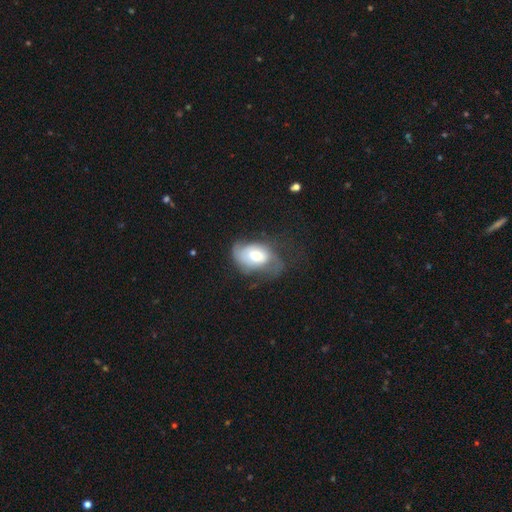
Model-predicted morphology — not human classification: Smooth or featured? Predicted: smooth (p=0.47). Merging? Predicted: none (p=0.34, tied with major disturbance).